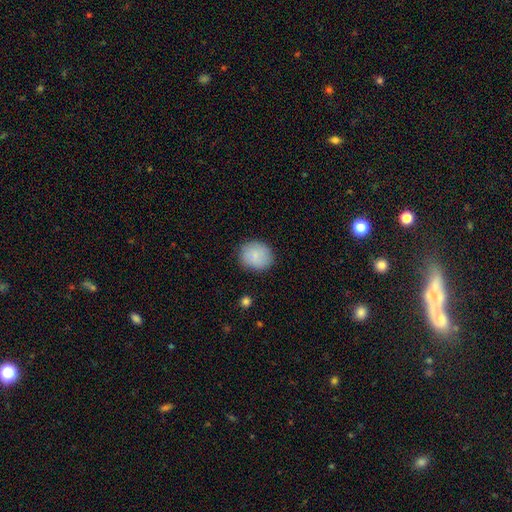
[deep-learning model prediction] The model was most divided on "how rounded": round: 74%, in between: 25%, cigar-shaped: 1%. More confident: smooth or featured — smooth (86%); merging — none (84%).